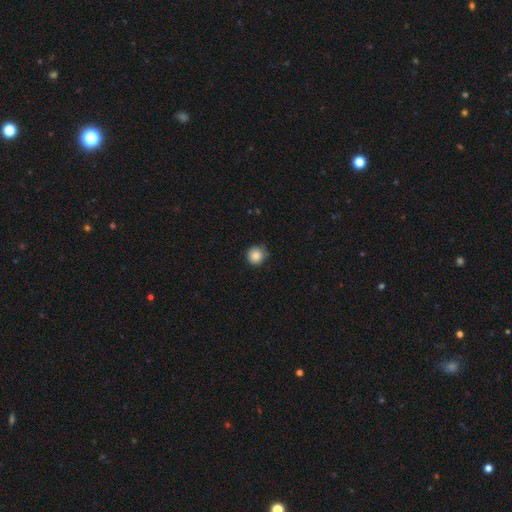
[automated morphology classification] type=smooth (86%); roundness=round (94%); merging=none (82%).